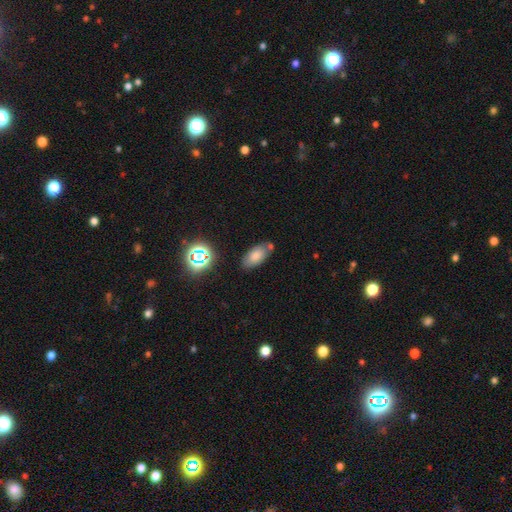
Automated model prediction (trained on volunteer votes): smooth 75%, star or artifact 13%, featured or disk 12%. Down the decision tree: how rounded — in between (90%); merging — none (69%).